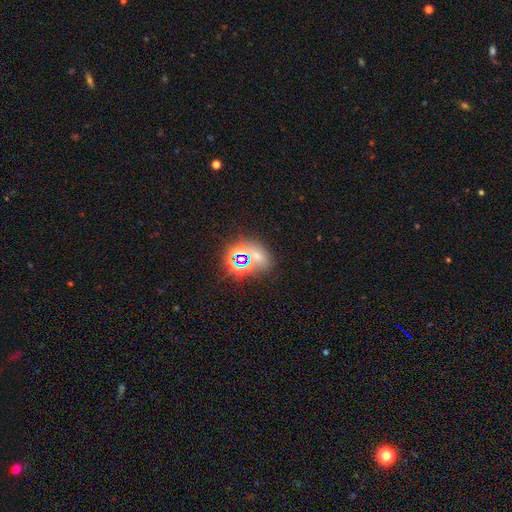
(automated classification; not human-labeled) Smooth or featured? Predicted: star or artifact (p=0.51).